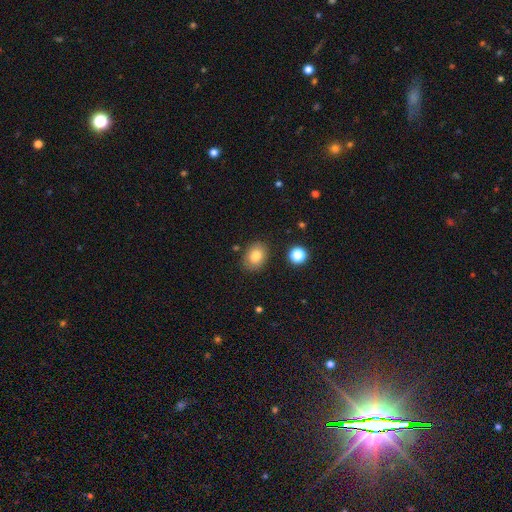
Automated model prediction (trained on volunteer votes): Smooth or featured? smooth (81%)
How rounded? in between (67%)
Merging? none (84%)